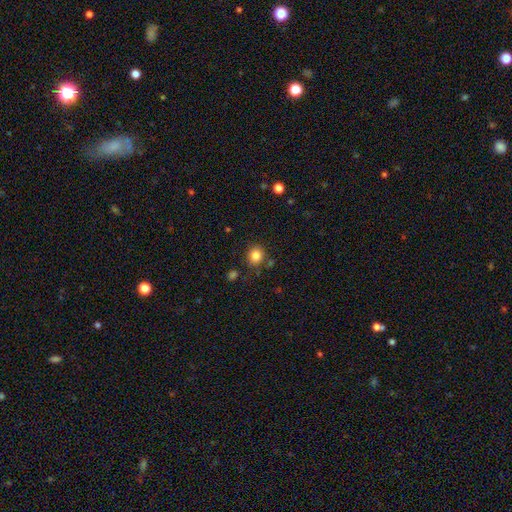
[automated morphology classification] type=smooth (84%); roundness=round (82%); merging=none (80%).